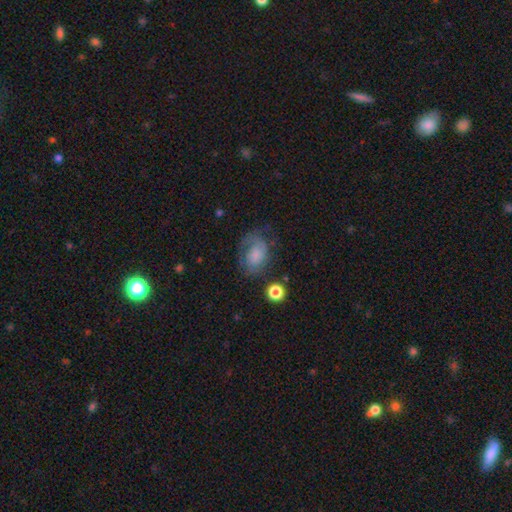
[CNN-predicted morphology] This is possibly a featured or disk galaxy (46%). Merging: possibly none (46%).